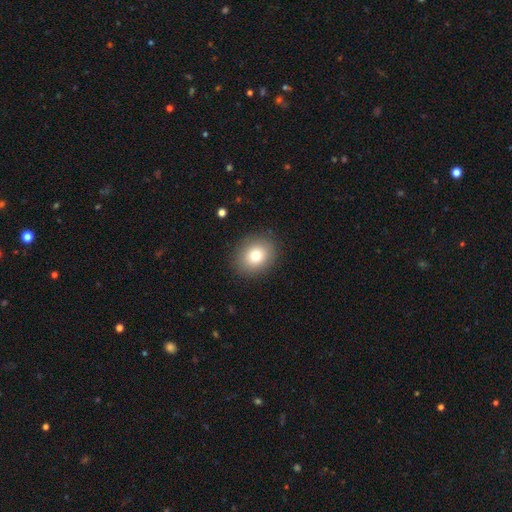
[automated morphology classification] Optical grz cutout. It shows a smooth galaxy with no disk features (77%) that is round (62%). Merging: none (88%).